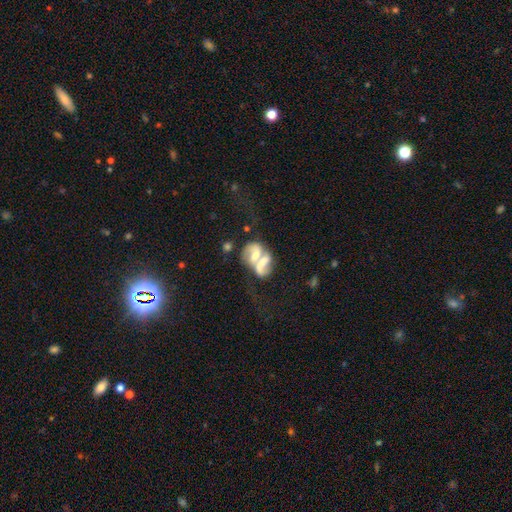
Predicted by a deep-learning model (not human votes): The model was most divided on "bar": no: 34%, weak: 33%, strong: 32%. Remaining: edge-on disk — no (96%); spiral arms — yes (69%); smooth or featured — featured or disk (66%); merging — merger (65%); bulge size — moderate (46%).